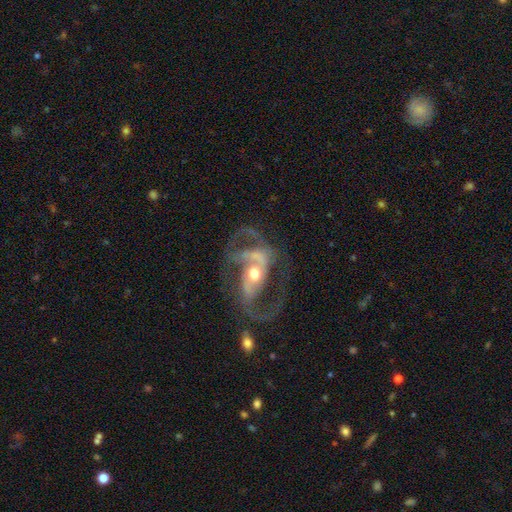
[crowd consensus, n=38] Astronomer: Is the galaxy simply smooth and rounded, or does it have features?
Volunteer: featured or disk — 92%.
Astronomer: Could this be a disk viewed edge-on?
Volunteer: no — 100%.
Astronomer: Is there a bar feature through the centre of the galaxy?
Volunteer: no — 37% (runner-up: strong, 31%).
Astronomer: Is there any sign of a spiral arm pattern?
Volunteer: yes — 86%.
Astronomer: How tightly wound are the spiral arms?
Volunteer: medium — 53%.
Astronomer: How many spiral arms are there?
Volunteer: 2 — 73%.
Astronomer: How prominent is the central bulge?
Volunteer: moderate — 71%.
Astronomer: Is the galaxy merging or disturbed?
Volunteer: major disturbance — 42% (runner-up: none, 37%).